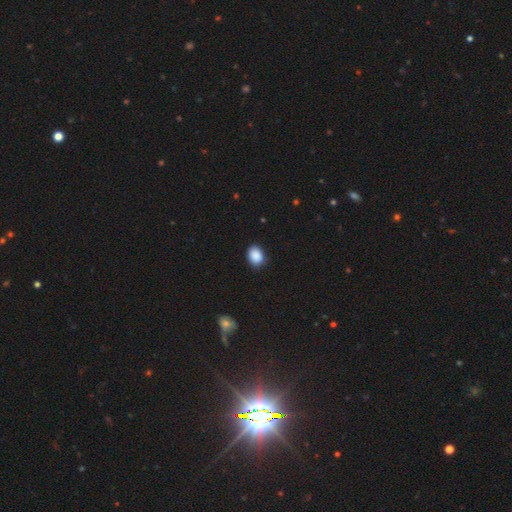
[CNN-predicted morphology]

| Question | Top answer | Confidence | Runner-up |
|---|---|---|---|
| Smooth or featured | smooth | 89% | star or artifact (8%) |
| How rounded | in between | 61% | round (38%) |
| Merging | none | 85% | minor disturbance (12%) |